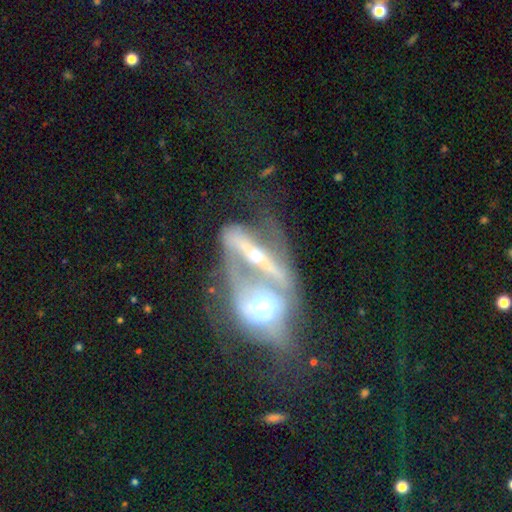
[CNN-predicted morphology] Smooth or featured? featured or disk (79%)
Edge-on disk? no (80%)
Bar? strong (45%)
Spiral arms? yes (68%)
Bulge size? moderate (57%)
Merging? merger (75%)